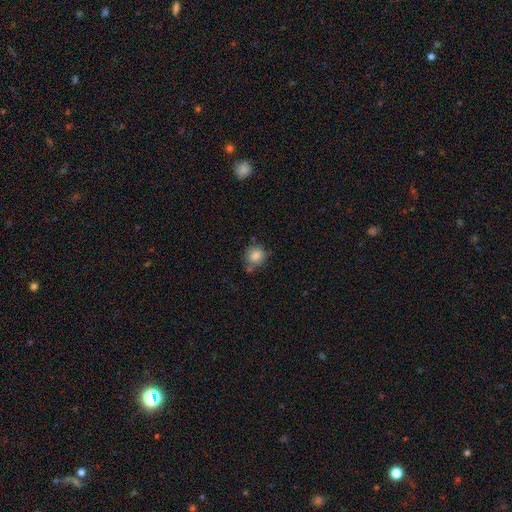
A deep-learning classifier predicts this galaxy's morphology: A smooth galaxy with no disk features (82%) that is round (86%). Merging: none (66%).